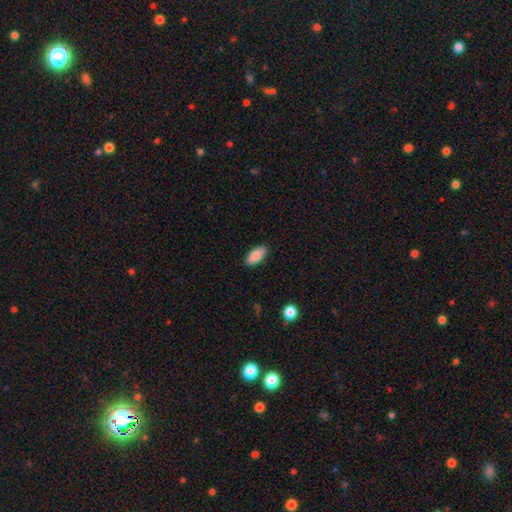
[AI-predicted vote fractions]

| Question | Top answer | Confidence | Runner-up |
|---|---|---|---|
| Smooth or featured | smooth | 86% | featured or disk (8%) |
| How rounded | in between | 91% | cigar-shaped (7%) |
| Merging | none | 88% | minor disturbance (9%) |